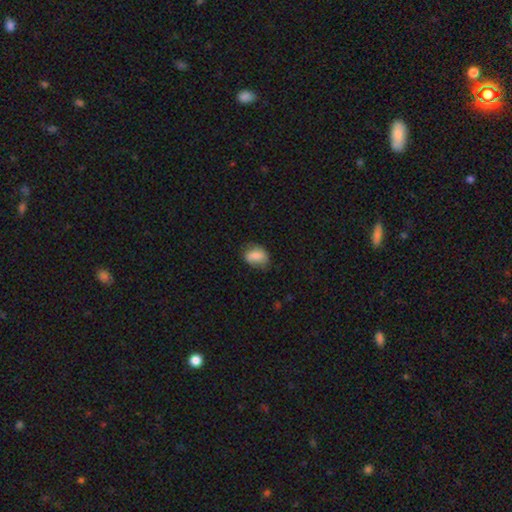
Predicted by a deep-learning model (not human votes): Smooth or featured? Predicted: smooth (p=0.79). How rounded? Predicted: in between (p=0.76). Merging? Predicted: none (p=0.67).